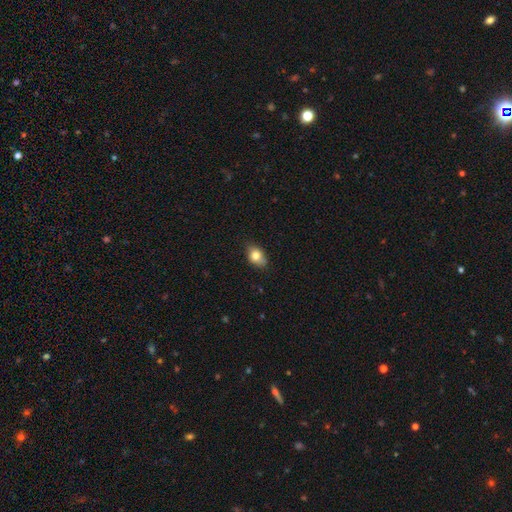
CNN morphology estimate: This is clearly a smooth galaxy (80%). How rounded: likely in between (79%). Merging: likely none (78%).